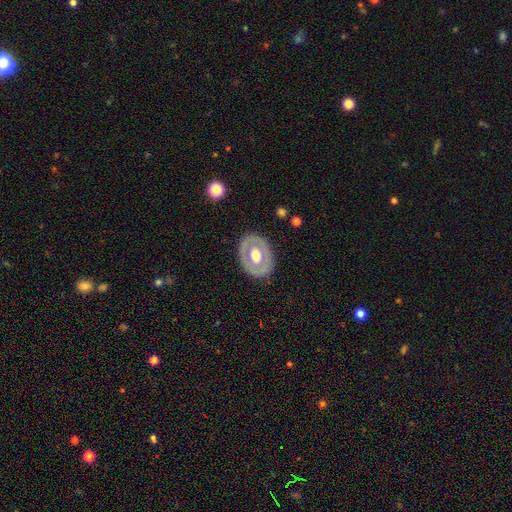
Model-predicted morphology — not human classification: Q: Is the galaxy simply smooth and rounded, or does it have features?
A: featured or disk — 59%.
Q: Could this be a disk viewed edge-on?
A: no — 91%.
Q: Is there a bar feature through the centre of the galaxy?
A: no — 86%.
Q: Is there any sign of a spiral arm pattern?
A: no — 91%.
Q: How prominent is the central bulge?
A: moderate — 64%.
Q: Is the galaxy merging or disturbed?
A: none — 84%.